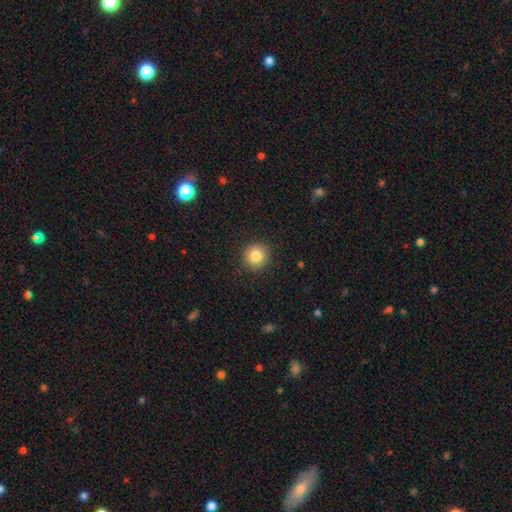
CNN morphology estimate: Smooth or featured? smooth (83%)
How rounded? round (94%)
Merging? none (91%)